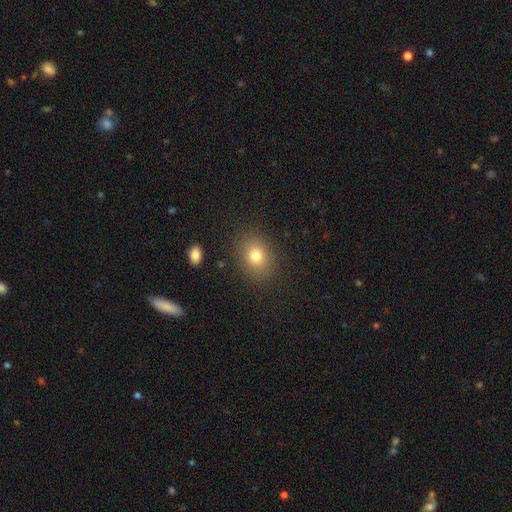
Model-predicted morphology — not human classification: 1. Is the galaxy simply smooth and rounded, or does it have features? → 79% smooth, 12% star or artifact, 10% featured or disk.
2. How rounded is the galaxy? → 50% in between, 49% round, 1% cigar-shaped.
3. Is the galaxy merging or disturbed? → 86% none, 9% minor disturbance, 3% major disturbance, 1% merger.